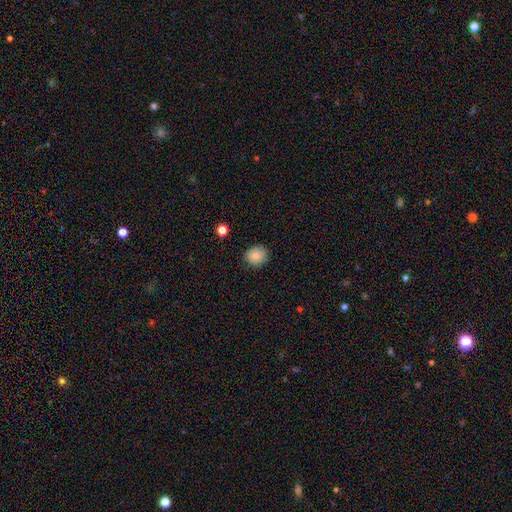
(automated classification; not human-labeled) A smooth galaxy with no disk features (83%) that is round (79%). Merging: none (87%).